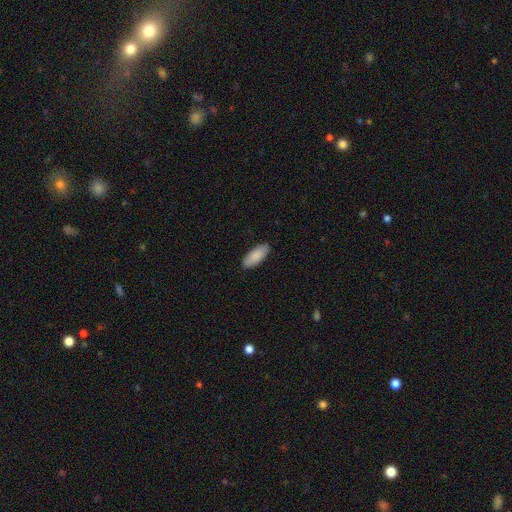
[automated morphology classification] A smooth galaxy with no disk features (88%) that is in between round and cigar-shaped (86%).

Vote fractions:
- Smooth or featured? smooth: 88% / featured or disk: 7% / star or artifact: 5%
- How rounded? in between: 86% / cigar-shaped: 13% / round: 2%
- Merging? none: 89% / minor disturbance: 8% / major disturbance: 2% / merger: 1%